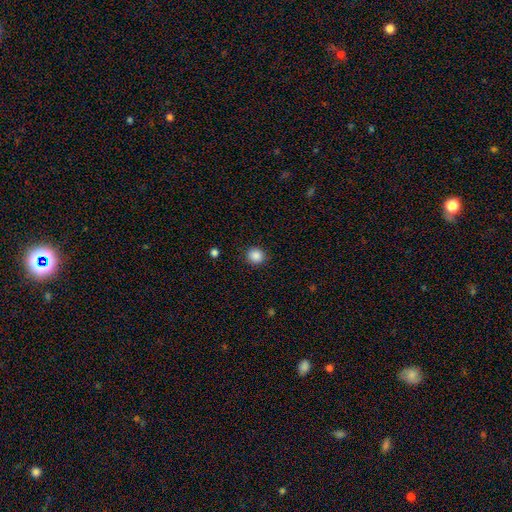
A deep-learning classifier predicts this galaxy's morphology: Smooth or featured?
  - smooth: 87% *
  - star or artifact: 9%
  - featured or disk: 3%
How rounded?
  - round: 91% *
  - in between: 8%
  - cigar-shaped: 1%
Merging?
  - none: 90% *
  - minor disturbance: 7%
  - major disturbance: 2%
  - merger: 1%